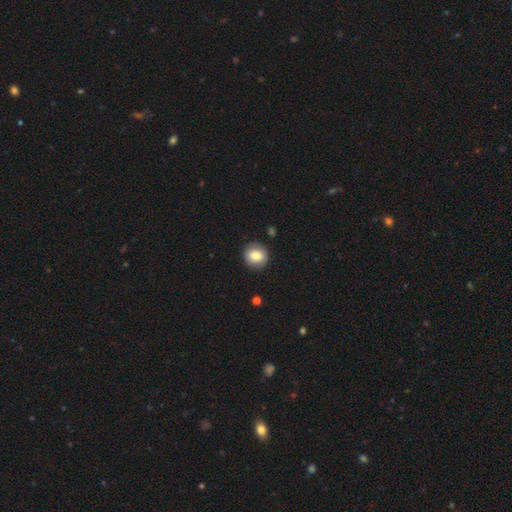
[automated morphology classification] Smooth or featured: smooth — 80% (featured or disk — 12%)
How rounded: round — 89% (in between — 10%)
Merging: none — 88% (minor disturbance — 8%)